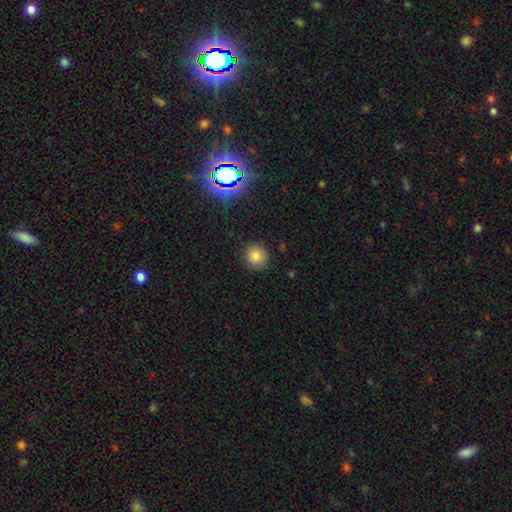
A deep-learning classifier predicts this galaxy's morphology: type=smooth (81%); roundness=round (92%); merging=none (88%).